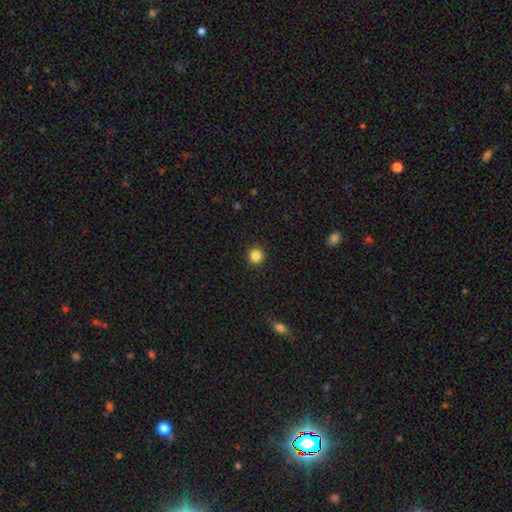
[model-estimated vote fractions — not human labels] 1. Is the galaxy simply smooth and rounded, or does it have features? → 86% smooth, 11% star or artifact, 3% featured or disk.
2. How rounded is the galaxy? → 94% round, 5% in between, 1% cigar-shaped.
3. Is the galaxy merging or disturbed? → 92% none, 5% minor disturbance, 2% major disturbance, 1% merger.